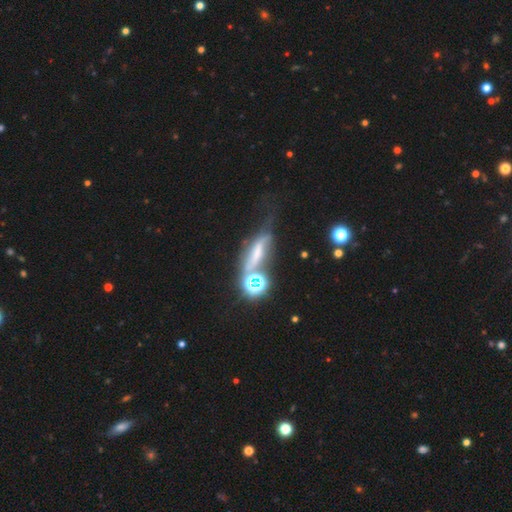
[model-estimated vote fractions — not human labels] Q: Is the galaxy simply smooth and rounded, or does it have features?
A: featured or disk — 45%.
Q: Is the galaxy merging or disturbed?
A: none — 31%.